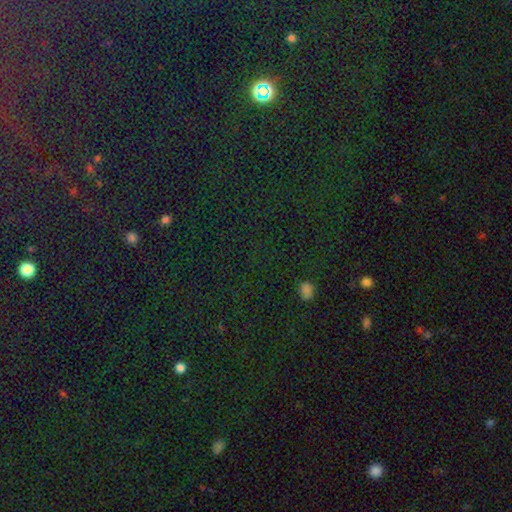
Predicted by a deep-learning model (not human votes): Overall: star or artifact (75%).